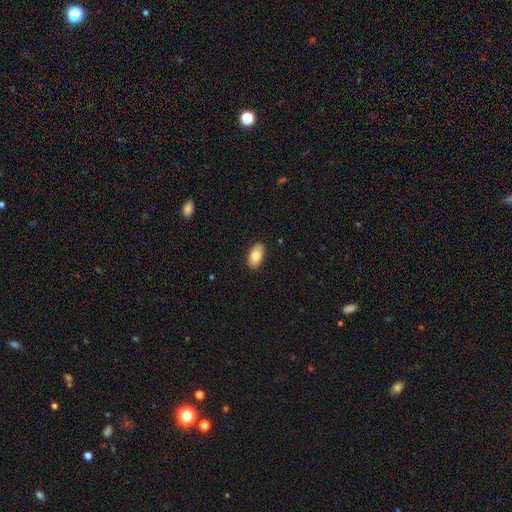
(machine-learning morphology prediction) Smooth or featured?
  - smooth: 78% *
  - featured or disk: 15%
  - star or artifact: 7%
How rounded?
  - in between: 94% *
  - round: 4%
  - cigar-shaped: 2%
Merging?
  - none: 89% *
  - minor disturbance: 8%
  - major disturbance: 2%
  - merger: 1%